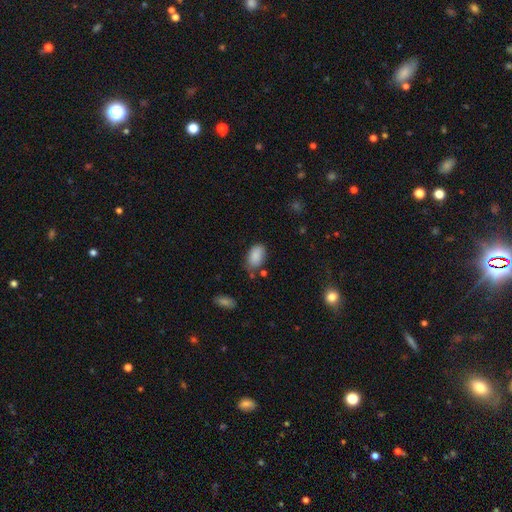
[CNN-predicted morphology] This is clearly a smooth galaxy (88%). How rounded: clearly in between (91%). Merging: likely none (66%).